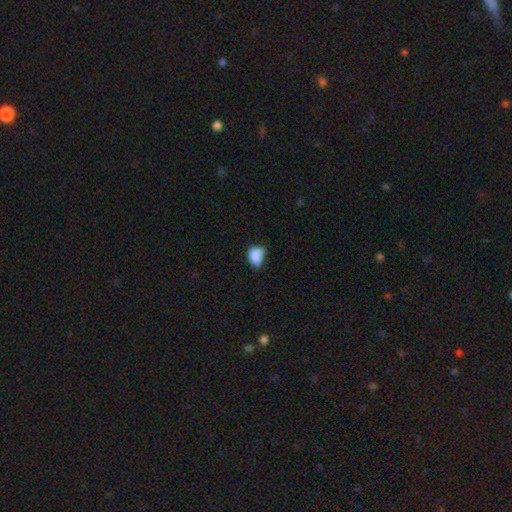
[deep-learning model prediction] A smooth galaxy with no disk features (80%) that is in between round and cigar-shaped (76%).

Vote fractions:
- Smooth or featured? smooth: 80% / featured or disk: 11% / star or artifact: 9%
- How rounded? in between: 76% / round: 23% / cigar-shaped: 2%
- Merging? minor disturbance: 38% / none: 32% / major disturbance: 19% / merger: 11%